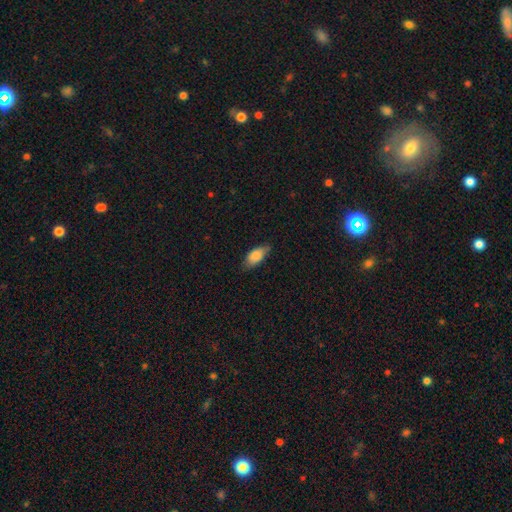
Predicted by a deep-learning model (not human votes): Smooth or featured? smooth (84%)
How rounded? in between (87%)
Merging? none (73%)